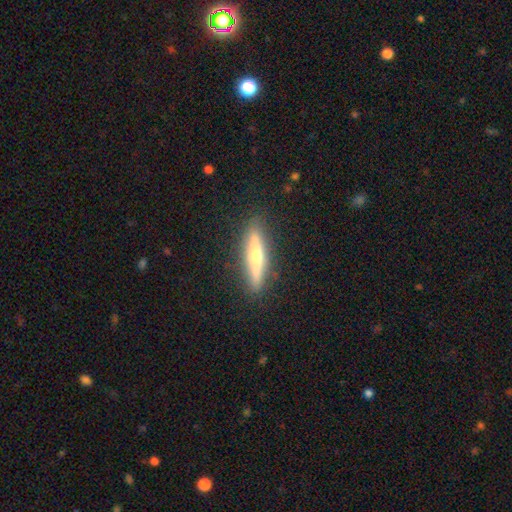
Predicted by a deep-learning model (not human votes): This appears to be a featured or disk galaxy (59%) viewed edge-on (93%) with a rounded central bulge (87%). Merging: none (89%).